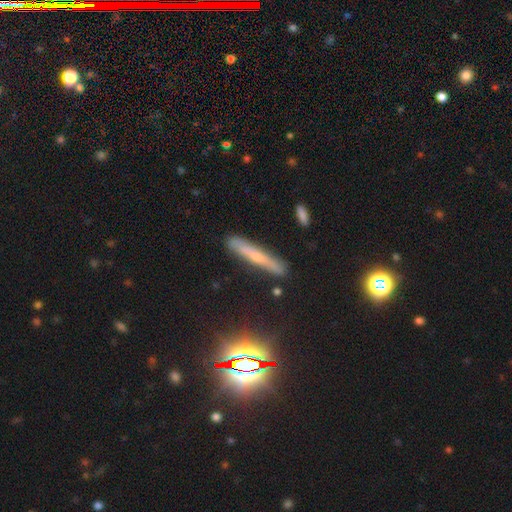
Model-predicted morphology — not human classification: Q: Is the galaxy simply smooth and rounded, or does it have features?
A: smooth — 44%.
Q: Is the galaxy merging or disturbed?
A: none — 84%.